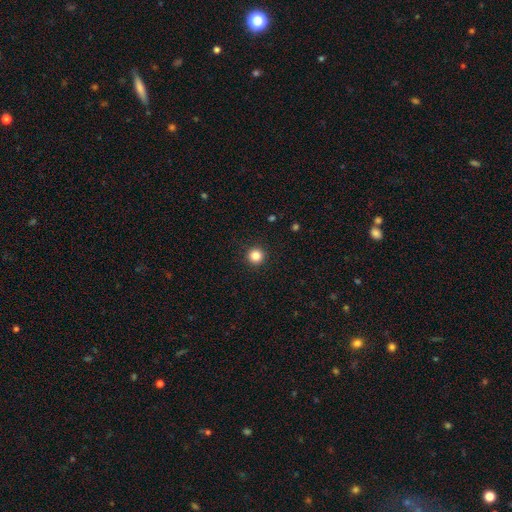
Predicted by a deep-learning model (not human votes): A smooth galaxy with no disk features (85%) that is round (96%).

Vote fractions:
- Smooth or featured? smooth: 85% / star or artifact: 11% / featured or disk: 4%
- How rounded? round: 96% / in between: 3% / cigar-shaped: 1%
- Merging? none: 93% / minor disturbance: 5% / major disturbance: 2% / merger: 1%